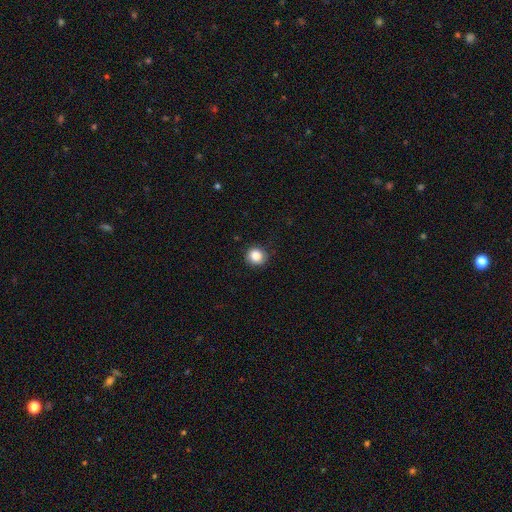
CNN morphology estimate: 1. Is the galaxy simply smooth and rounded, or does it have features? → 85% smooth, 9% star or artifact, 5% featured or disk.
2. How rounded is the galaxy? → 89% round, 10% in between, 1% cigar-shaped.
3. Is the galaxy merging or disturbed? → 85% none, 11% minor disturbance, 3% major disturbance, 1% merger.